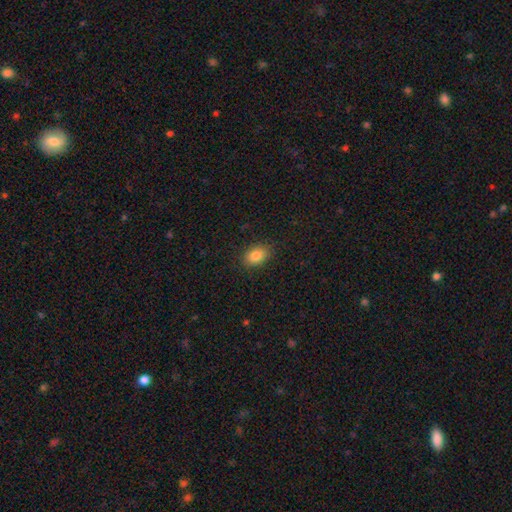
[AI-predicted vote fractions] Smooth or featured: smooth — 85% (star or artifact — 9%)
How rounded: in between — 84% (round — 15%)
Merging: none — 86% (minor disturbance — 11%)